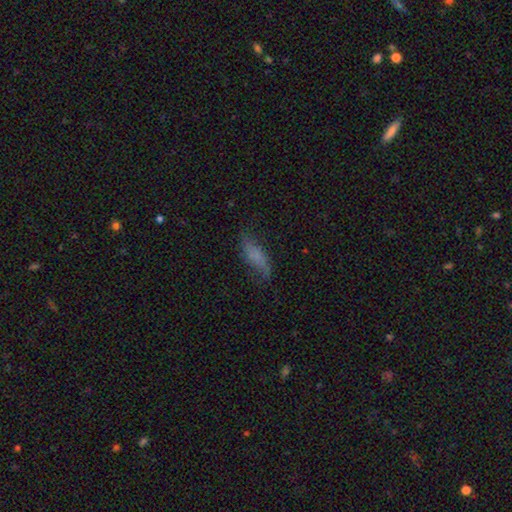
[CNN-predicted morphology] smooth 56%, featured or disk 33%, star or artifact 10%. Down the decision tree: how rounded — in between (61%); merging — none (59%).